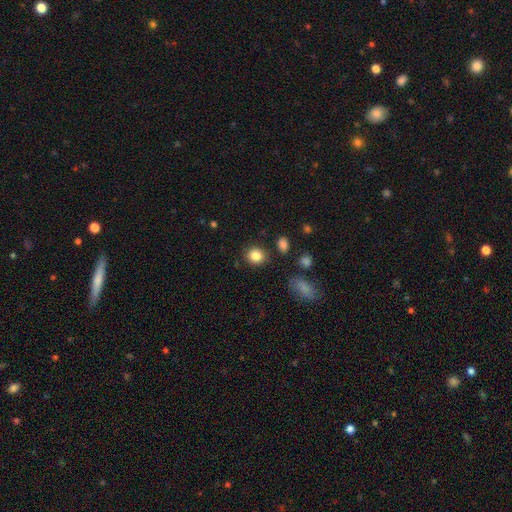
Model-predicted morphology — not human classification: This appears to be a smooth galaxy with no disk features (85%) that is round (73%). Merging: none (85%).